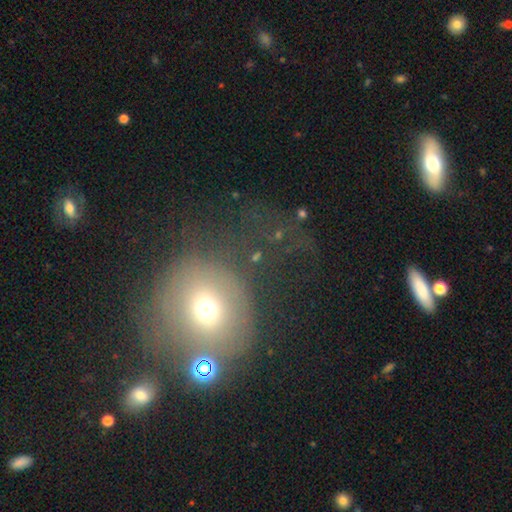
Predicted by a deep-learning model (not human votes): smooth 57%, featured or disk 23%, star or artifact 20%. Down the decision tree: how rounded — round (84%); merging — none (46%).